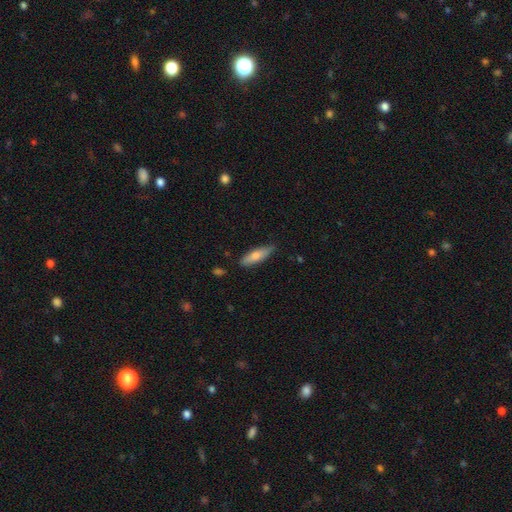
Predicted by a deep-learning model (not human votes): smooth 72%, featured or disk 22%, star or artifact 6%. Down the decision tree: how rounded — cigar-shaped (51%); merging — none (82%).